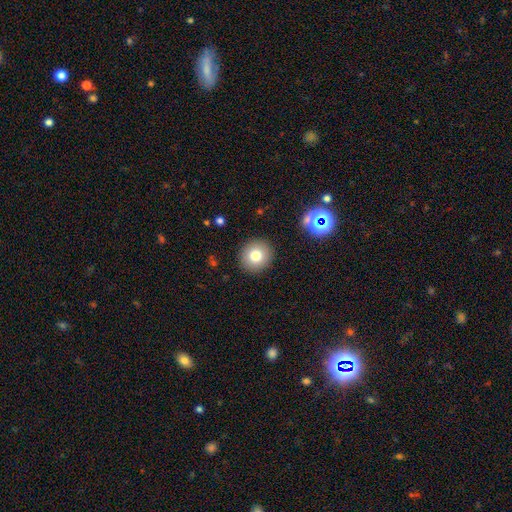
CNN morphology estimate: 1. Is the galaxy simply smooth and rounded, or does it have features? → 77% smooth, 12% star or artifact, 10% featured or disk.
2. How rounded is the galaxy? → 92% round, 7% in between, 1% cigar-shaped.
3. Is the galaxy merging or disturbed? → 90% none, 6% minor disturbance, 2% major disturbance, 1% merger.